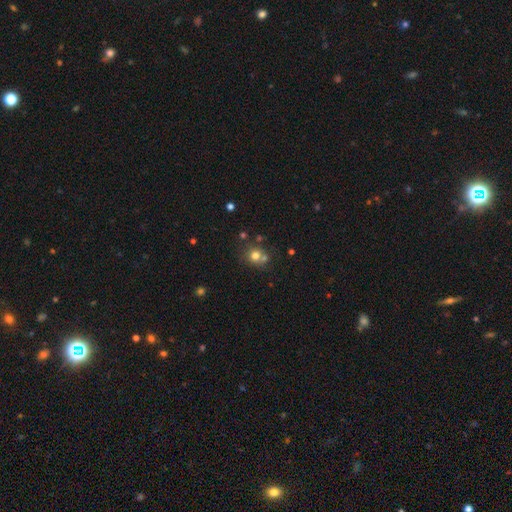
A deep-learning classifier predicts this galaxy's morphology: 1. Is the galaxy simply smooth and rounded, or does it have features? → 73% smooth, 16% star or artifact, 12% featured or disk.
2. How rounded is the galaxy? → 83% round, 16% in between, 1% cigar-shaped.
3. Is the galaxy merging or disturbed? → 59% none, 27% merger, 10% minor disturbance, 4% major disturbance.